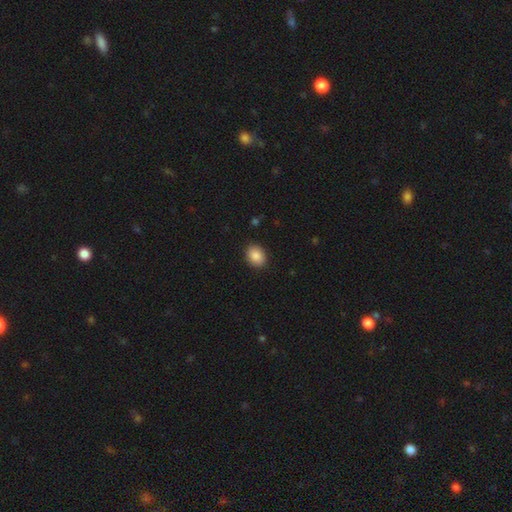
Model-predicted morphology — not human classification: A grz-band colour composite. It shows a smooth galaxy with no disk features (88%) that is in between round and cigar-shaped (64%). Merging: none (89%).